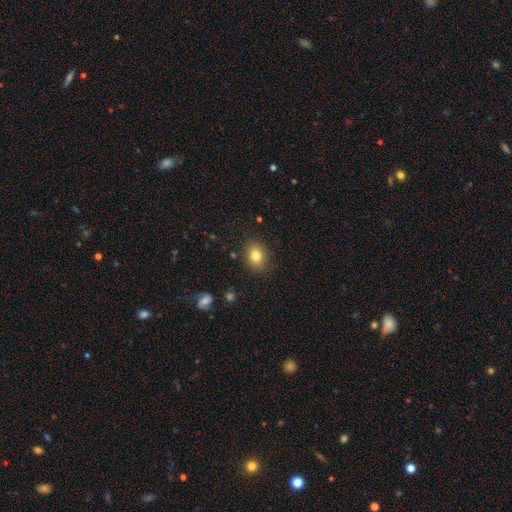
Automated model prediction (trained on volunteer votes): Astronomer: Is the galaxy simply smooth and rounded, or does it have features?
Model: smooth — 81%.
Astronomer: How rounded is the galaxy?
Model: in between — 56% (runner-up: round, 43%).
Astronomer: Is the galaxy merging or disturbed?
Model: none — 85%.